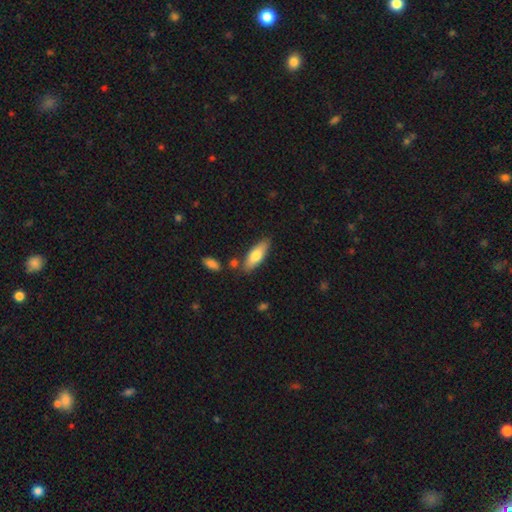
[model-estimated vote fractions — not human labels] Smooth or featured: smooth — 71% (featured or disk — 23%)
How rounded: in between — 55% (cigar-shaped — 43%)
Merging: none — 80% (minor disturbance — 12%)